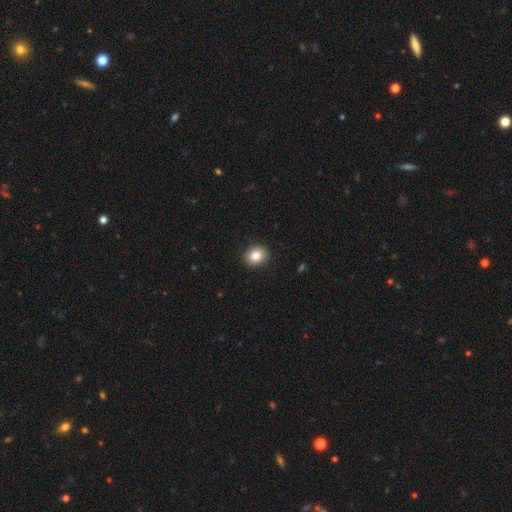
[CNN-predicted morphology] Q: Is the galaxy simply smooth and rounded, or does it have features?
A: smooth — 83%.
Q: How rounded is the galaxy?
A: round — 73%.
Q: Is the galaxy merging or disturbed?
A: none — 91%.